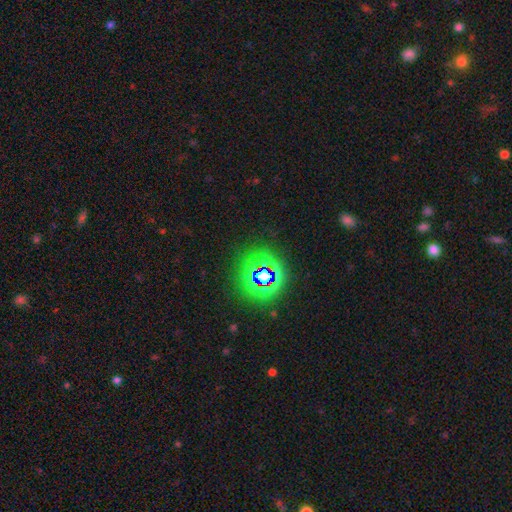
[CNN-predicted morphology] star or artifact 80%, smooth 13%, featured or disk 8%.